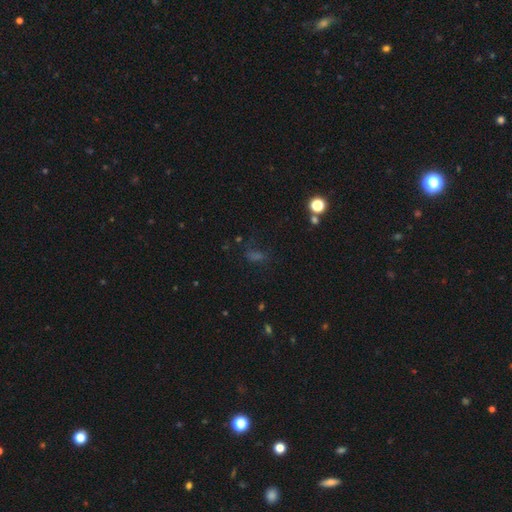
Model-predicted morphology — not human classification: Smooth or featured? star or artifact (42%)